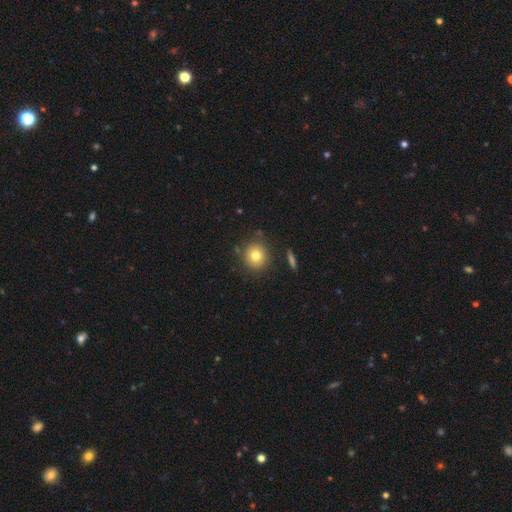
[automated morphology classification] Smooth or featured: smooth — 79% (star or artifact — 11%)
How rounded: round — 90% (in between — 9%)
Merging: none — 83% (minor disturbance — 10%)